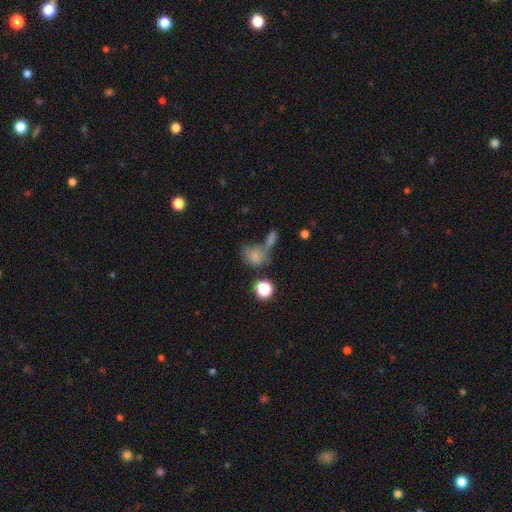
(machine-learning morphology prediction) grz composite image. It shows a smooth galaxy with no disk features (66%) that is in between round and cigar-shaped (56%). Merging: merger (42%).